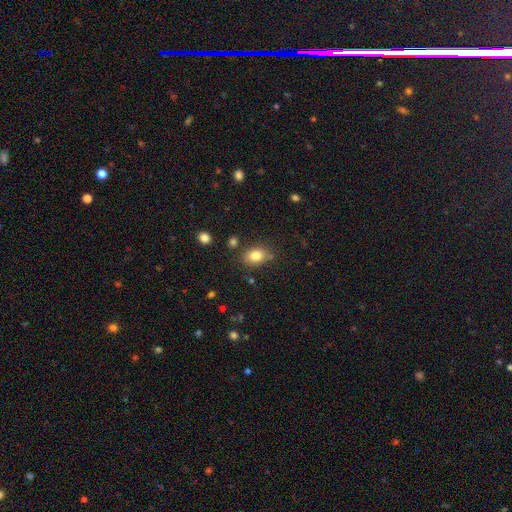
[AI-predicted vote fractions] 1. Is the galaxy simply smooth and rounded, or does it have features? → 82% smooth, 10% star or artifact, 8% featured or disk.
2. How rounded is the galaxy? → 70% in between, 29% round, 1% cigar-shaped.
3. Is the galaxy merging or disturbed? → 75% none, 15% minor disturbance, 6% merger, 4% major disturbance.